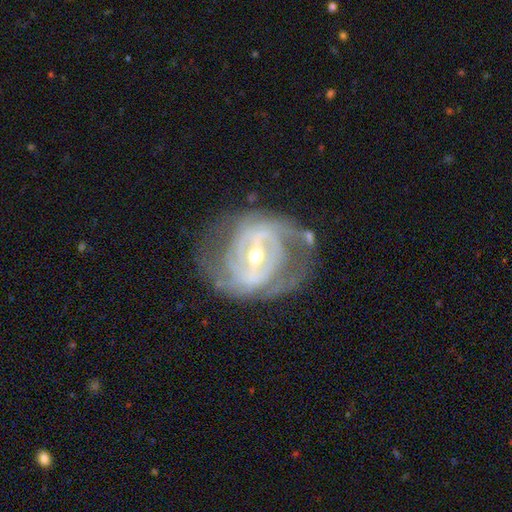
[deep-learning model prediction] The model was most divided on "bulge size": small: 53%, moderate: 44%, large: 2%, none: 1%, dominant: 1%. Remaining: edge-on disk — no (96%); spiral arms — yes (91%); smooth or featured — featured or disk (88%); merging — none (62%); spiral winding — tight (54%); bar — strong (50%); spiral arm count — 2 (41%).